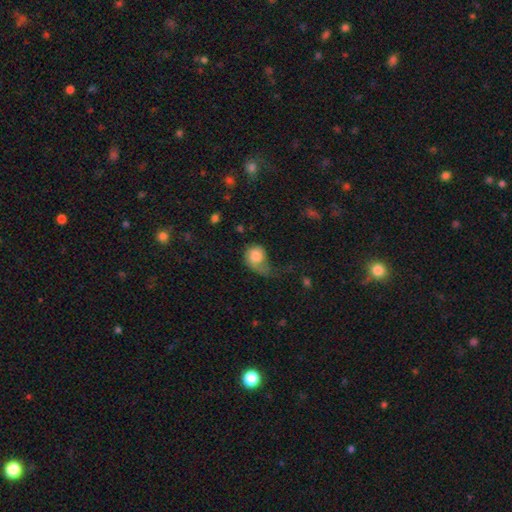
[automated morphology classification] Q: Smooth or featured?
A: smooth (69%); runner-up: featured or disk (24%)
Q: How rounded?
A: round (54%); runner-up: in between (44%)
Q: Merging?
A: major disturbance (48%); runner-up: minor disturbance (28%)